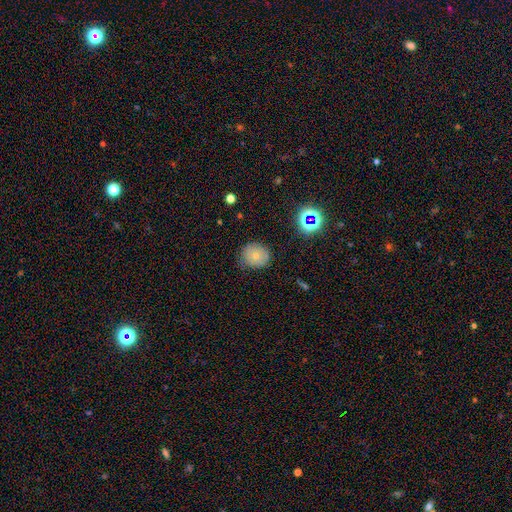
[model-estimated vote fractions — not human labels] Smooth or featured? smooth (68%)
How rounded? round (77%)
Merging? none (74%)